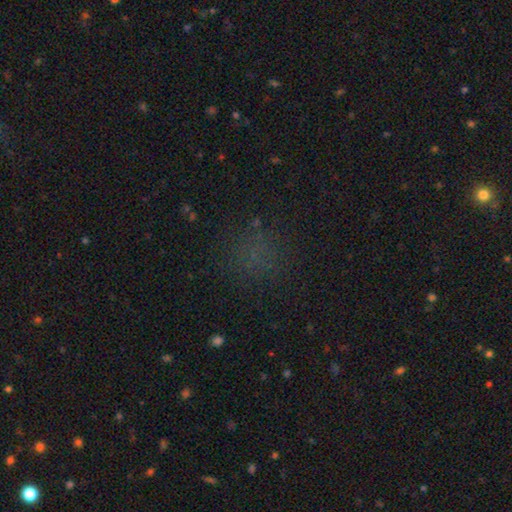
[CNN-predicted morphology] Smooth or featured? smooth (51%)
How rounded? round (85%)
Merging? none (81%)